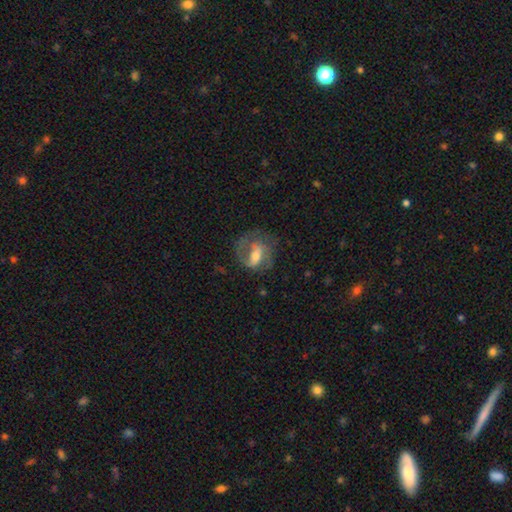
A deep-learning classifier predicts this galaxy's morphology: The model was most divided on "bar": weak: 43%, strong: 33%, no: 24%. Remaining: edge-on disk — no (95%); spiral arms — yes (82%); smooth or featured — featured or disk (70%); spiral arm count — 2 (60%); bulge size — moderate (57%); merging — none (54%); spiral winding — medium (48%).